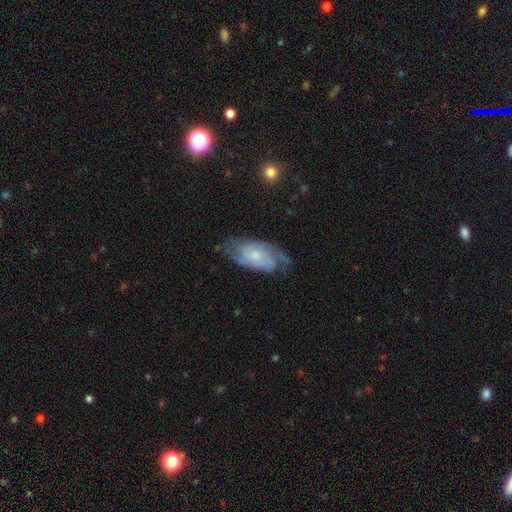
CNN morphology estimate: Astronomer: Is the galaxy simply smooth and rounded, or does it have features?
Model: featured or disk — 76%.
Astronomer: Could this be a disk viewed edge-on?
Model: no — 95%.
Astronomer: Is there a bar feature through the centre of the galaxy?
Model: no — 68%.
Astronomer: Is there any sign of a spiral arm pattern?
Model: yes — 93%.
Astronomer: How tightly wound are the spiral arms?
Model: tight — 43% (runner-up: medium, 42%).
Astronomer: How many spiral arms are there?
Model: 2 — 56%.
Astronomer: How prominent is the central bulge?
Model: small — 54% (runner-up: moderate, 34%).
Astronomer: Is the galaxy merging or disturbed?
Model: none — 64%.